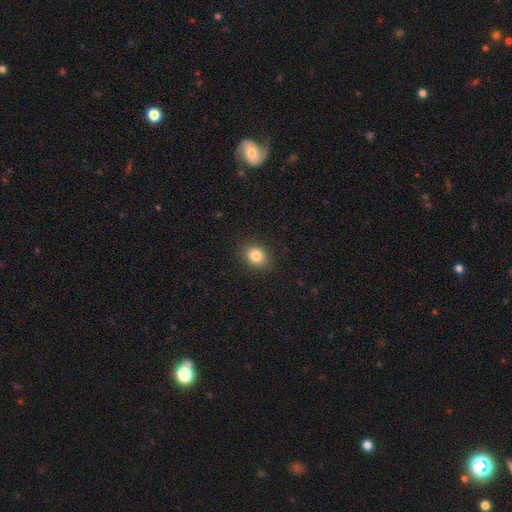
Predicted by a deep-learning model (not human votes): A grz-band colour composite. It shows a smooth galaxy with no disk features (84%) that is in between round and cigar-shaped (50%). Merging: none (89%).